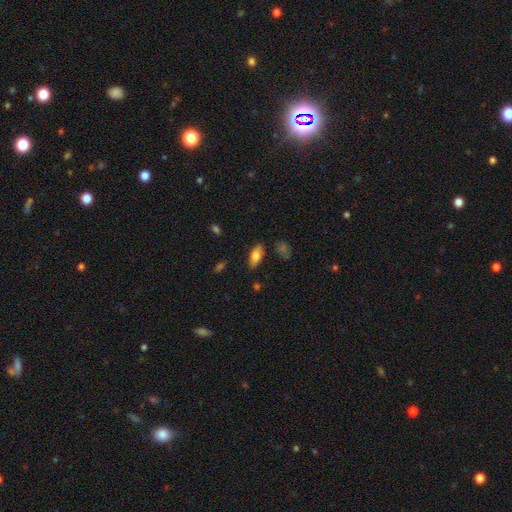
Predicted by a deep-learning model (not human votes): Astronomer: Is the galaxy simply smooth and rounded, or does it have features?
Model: smooth — 78%.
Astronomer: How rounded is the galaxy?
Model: in between — 84%.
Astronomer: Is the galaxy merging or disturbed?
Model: none — 81%.